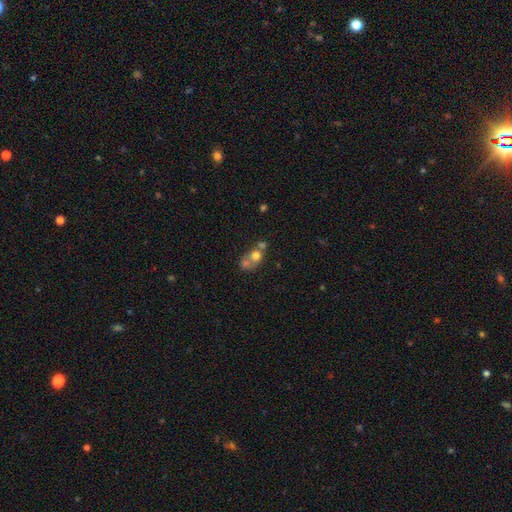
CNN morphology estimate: smooth-or-featured: smooth: 63% | featured or disk: 24% | star or artifact: 13%
  how-rounded: round: 65% | in between: 34% | cigar-shaped: 1%
  merging: merger: 61% | none: 25% | minor disturbance: 8% | major disturbance: 6%